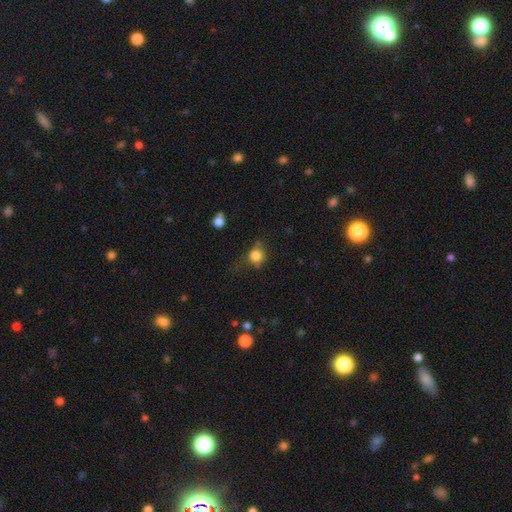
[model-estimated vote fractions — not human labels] smooth_or_featured: smooth (p=0.81) [alt: star or artifact p=0.11]
how_rounded: round (p=0.80) [alt: in between p=0.19]
merging: none (p=0.56) [alt: minor disturbance p=0.27]